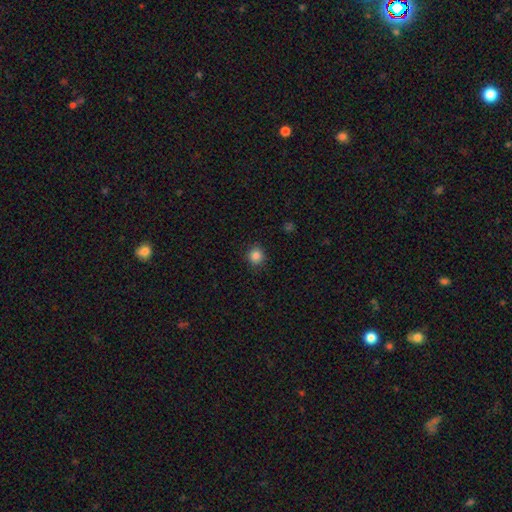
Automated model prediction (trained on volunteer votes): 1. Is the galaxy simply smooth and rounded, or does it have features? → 86% smooth, 11% star or artifact, 3% featured or disk.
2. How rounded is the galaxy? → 89% round, 10% in between, 1% cigar-shaped.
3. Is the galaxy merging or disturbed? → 89% none, 8% minor disturbance, 2% major disturbance, 1% merger.